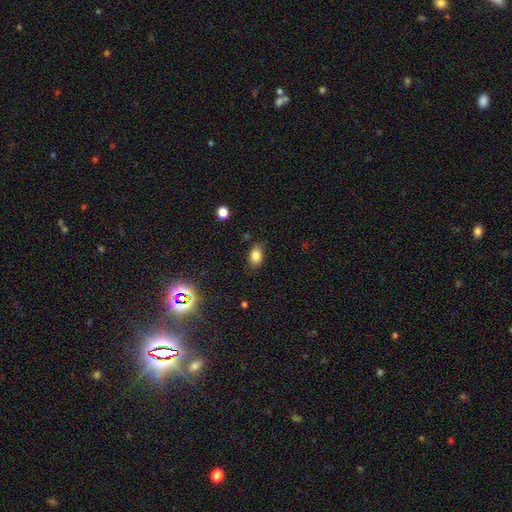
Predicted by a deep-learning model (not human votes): Morphology: type=smooth (82%); roundness=in between (82%); merging=none (80%).